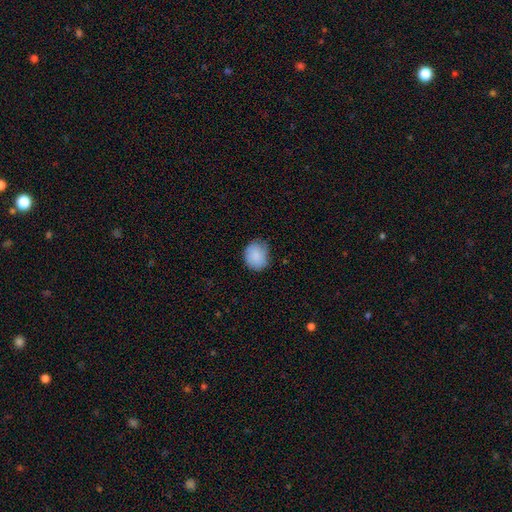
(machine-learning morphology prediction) smooth-or-featured: smooth: 87% | star or artifact: 7% | featured or disk: 7%
  how-rounded: round: 59% | in between: 40% | cigar-shaped: 1%
  merging: none: 66% | minor disturbance: 27% | major disturbance: 5% | merger: 1%